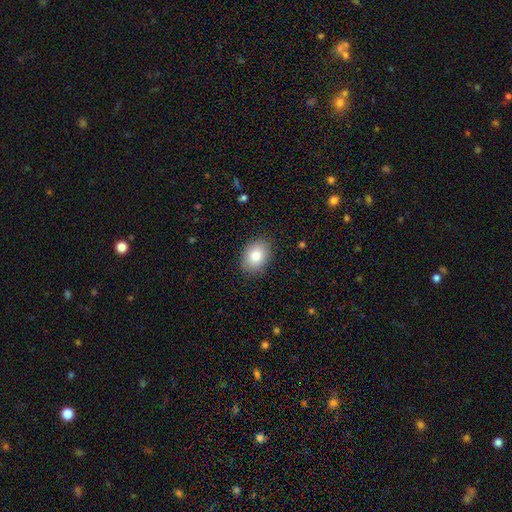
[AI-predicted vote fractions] Overall: smooth (82%). How rounded: in between (68%; round 32%). Merging: none (88%).